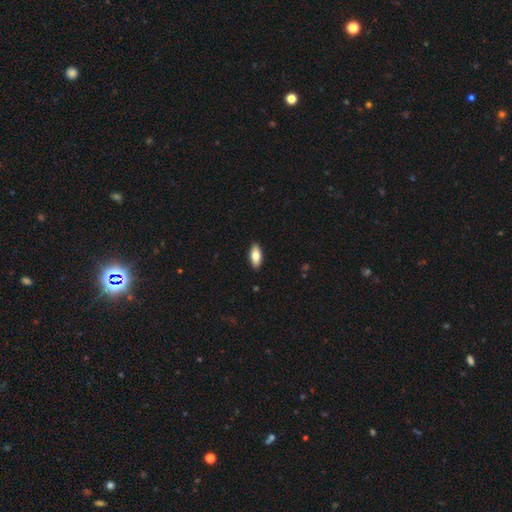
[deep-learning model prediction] This appears to be a smooth galaxy with no disk features (76%) that is in between round and cigar-shaped (82%). Merging: none (90%).